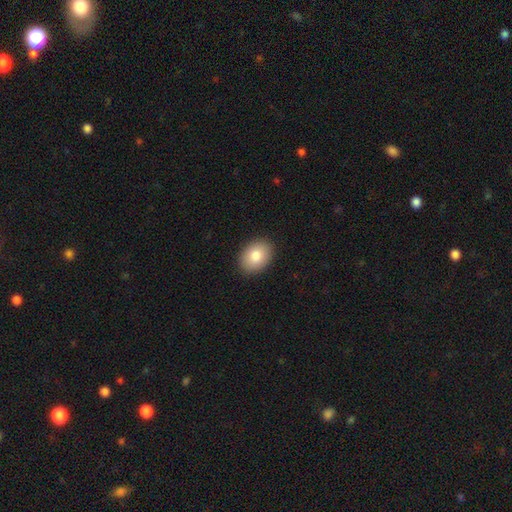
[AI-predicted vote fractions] smooth_or_featured: smooth (p=0.83) [alt: featured or disk p=0.10]
how_rounded: in between (p=0.74) [alt: round p=0.25]
merging: none (p=0.90) [alt: minor disturbance p=0.07]